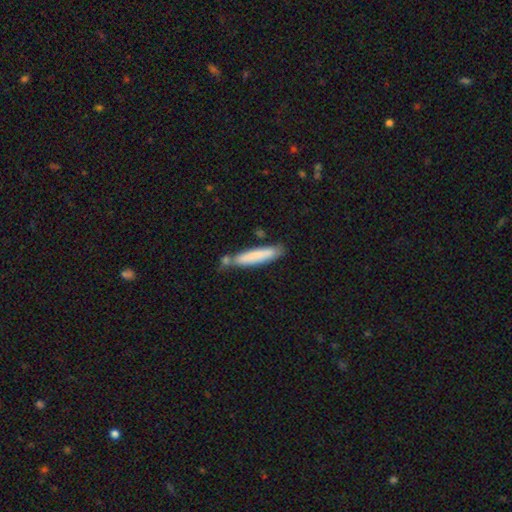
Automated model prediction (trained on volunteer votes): A smooth galaxy with no disk features (78%) that is cigar-shaped (87%).

Vote fractions:
- Smooth or featured? smooth: 78% / featured or disk: 16% / star or artifact: 6%
- How rounded? cigar-shaped: 87% / in between: 12% / round: 1%
- Merging? none: 62% / minor disturbance: 18% / merger: 15% / major disturbance: 4%